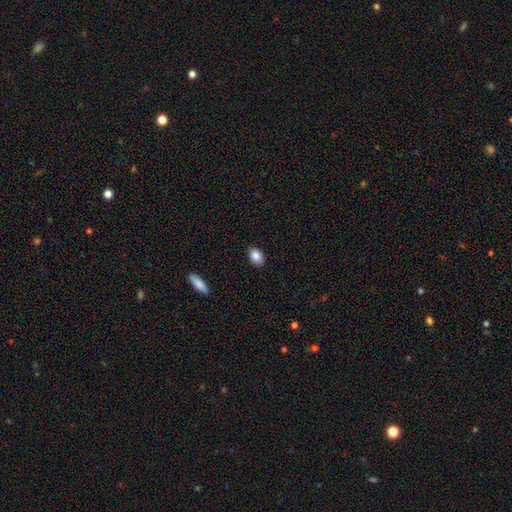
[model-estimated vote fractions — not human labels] Smooth or featured: smooth — 86% (star or artifact — 8%)
How rounded: in between — 79% (round — 20%)
Merging: none — 88% (minor disturbance — 9%)